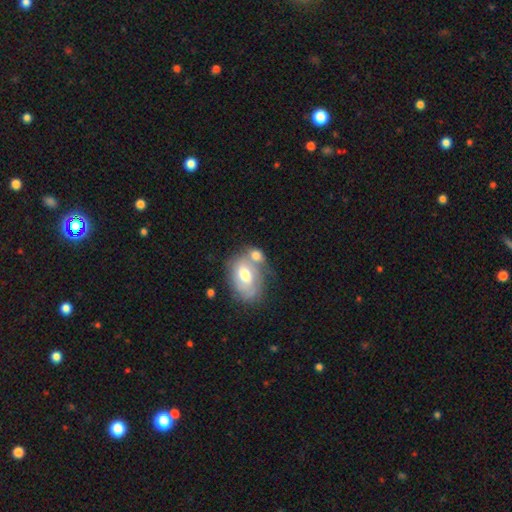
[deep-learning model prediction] A smooth galaxy with no disk features (55%) that is in between round and cigar-shaped (75%).

Vote fractions:
- Smooth or featured? smooth: 55% / featured or disk: 37% / star or artifact: 7%
- How rounded? in between: 75% / round: 23% / cigar-shaped: 2%
- Merging? merger: 50% / none: 28% / minor disturbance: 14% / major disturbance: 8%